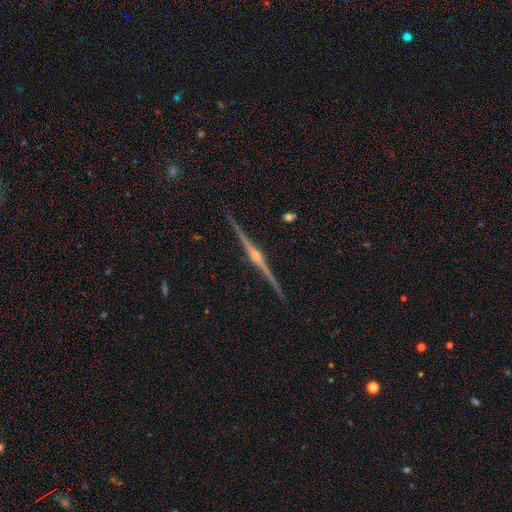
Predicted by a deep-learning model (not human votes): Overall: featured or disk (91%). Edge-on disk: yes (99%). Edge-on bulge: rounded (91%). Merging: none (93%).